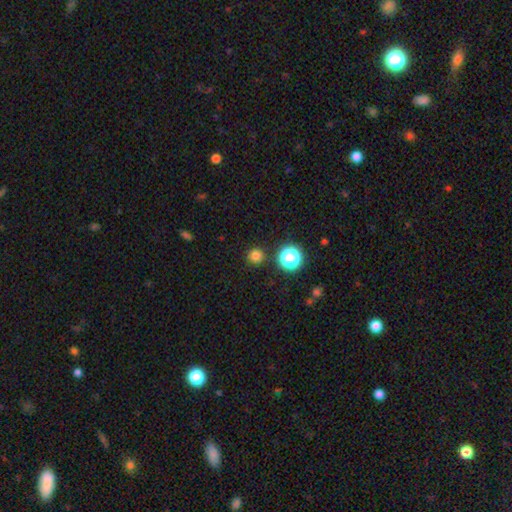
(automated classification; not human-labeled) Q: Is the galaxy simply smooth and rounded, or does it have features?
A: smooth — 78%.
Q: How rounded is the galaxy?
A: round — 95%.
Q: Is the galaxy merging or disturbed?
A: none — 90%.